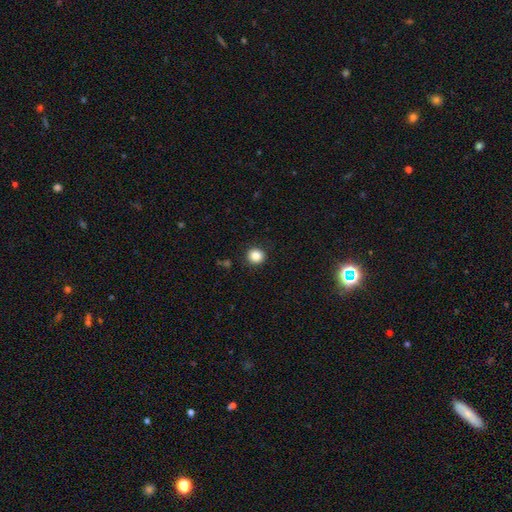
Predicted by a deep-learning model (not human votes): smooth-or-featured: smooth: 85% | star or artifact: 10% | featured or disk: 4%
  how-rounded: round: 89% | in between: 10% | cigar-shaped: 1%
  merging: none: 91% | minor disturbance: 6% | major disturbance: 2% | merger: 1%